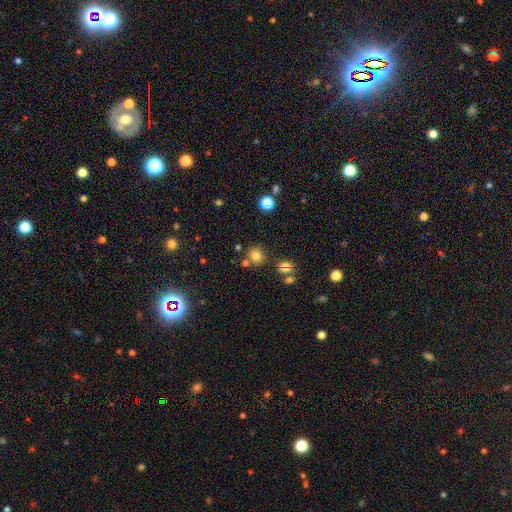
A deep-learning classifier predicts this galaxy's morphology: This appears to be a smooth galaxy with no disk features (75%) that is round (82%). Merging: none (74%).